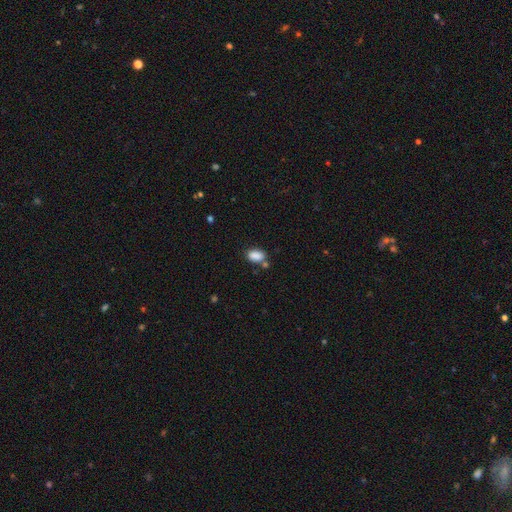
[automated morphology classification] smooth_or_featured: smooth (p=0.87) [alt: star or artifact p=0.09]
how_rounded: in between (p=0.88) [alt: round p=0.10]
merging: none (p=0.66) [alt: minor disturbance p=0.16]